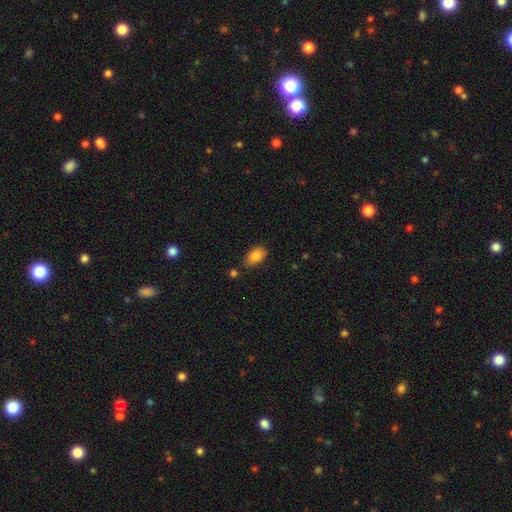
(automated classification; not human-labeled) The model was most divided on "merging": none: 71%, minor disturbance: 20%, merger: 5%, major disturbance: 4%. More confident: how rounded — in between (90%); smooth or featured — smooth (87%).